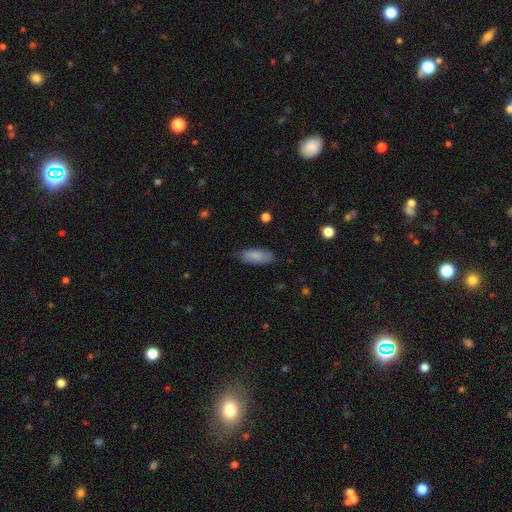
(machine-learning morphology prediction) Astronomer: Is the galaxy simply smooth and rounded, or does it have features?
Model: smooth — 85%.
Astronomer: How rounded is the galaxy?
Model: in between — 74%.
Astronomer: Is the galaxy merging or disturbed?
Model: none — 80%.